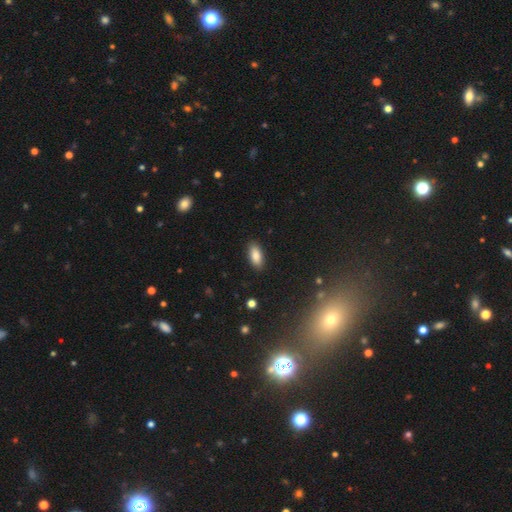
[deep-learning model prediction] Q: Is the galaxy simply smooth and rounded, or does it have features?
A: smooth — 86%.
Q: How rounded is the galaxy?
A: in between — 90%.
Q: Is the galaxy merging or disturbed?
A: none — 89%.